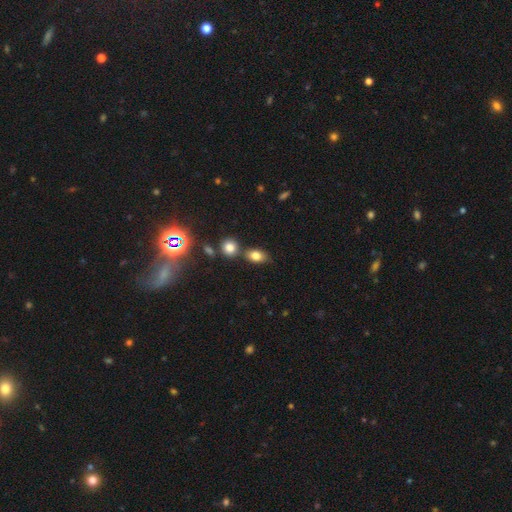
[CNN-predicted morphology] Smooth or featured? smooth (80%)
How rounded? in between (79%)
Merging? none (61%)